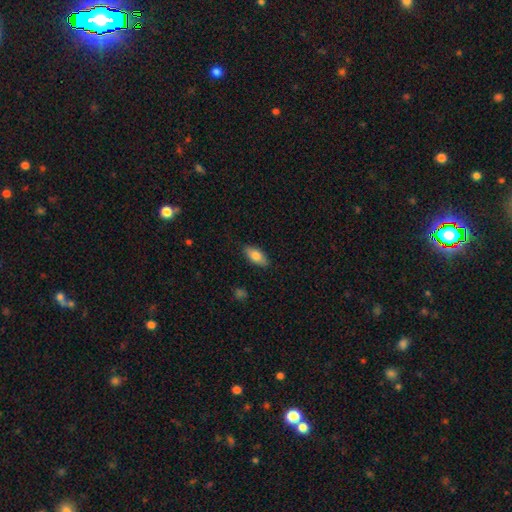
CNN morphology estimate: A smooth galaxy with no disk features (78%) that is in between round and cigar-shaped (87%). Merging: none (86%).